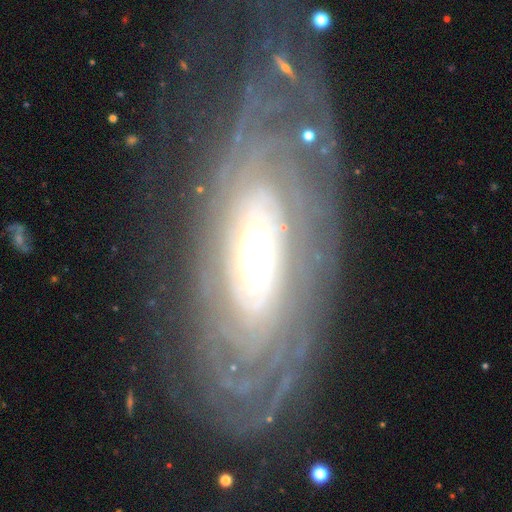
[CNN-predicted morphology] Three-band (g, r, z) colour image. It shows a featured or disk galaxy (86%) with no bar (65%), tight (79%) spiral arms (91%) and a moderate central bulge (54%). Merging: none (72%).